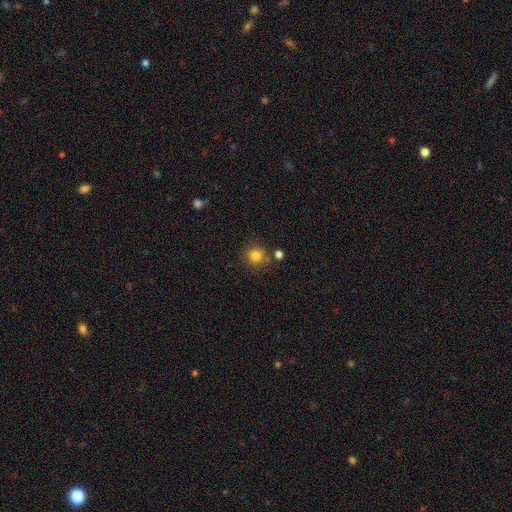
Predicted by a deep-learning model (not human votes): smooth-or-featured: smooth: 82% | star or artifact: 12% | featured or disk: 6%
  how-rounded: round: 87% | in between: 12% | cigar-shaped: 1%
  merging: none: 76% | minor disturbance: 12% | merger: 8% | major disturbance: 4%